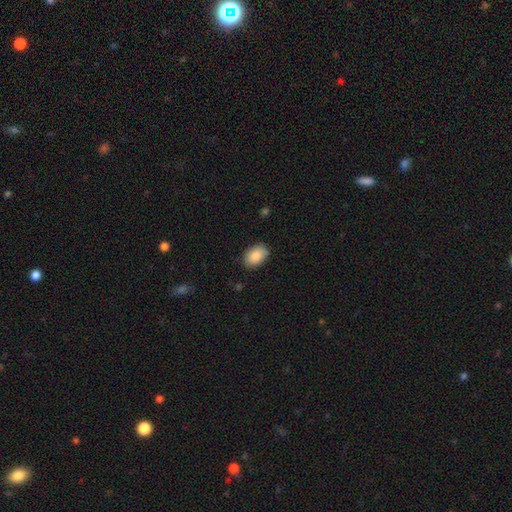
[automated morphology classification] Q: Smooth or featured?
A: smooth (88%); runner-up: star or artifact (6%)
Q: How rounded?
A: in between (87%); runner-up: round (12%)
Q: Merging?
A: none (84%); runner-up: minor disturbance (13%)